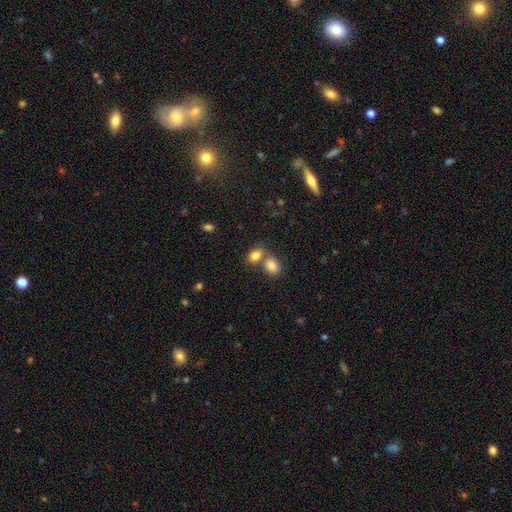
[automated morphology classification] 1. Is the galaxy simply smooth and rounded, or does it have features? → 83% smooth, 10% star or artifact, 8% featured or disk.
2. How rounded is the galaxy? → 77% in between, 21% round, 1% cigar-shaped.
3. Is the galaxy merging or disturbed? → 50% merger, 39% none, 9% minor disturbance, 3% major disturbance.